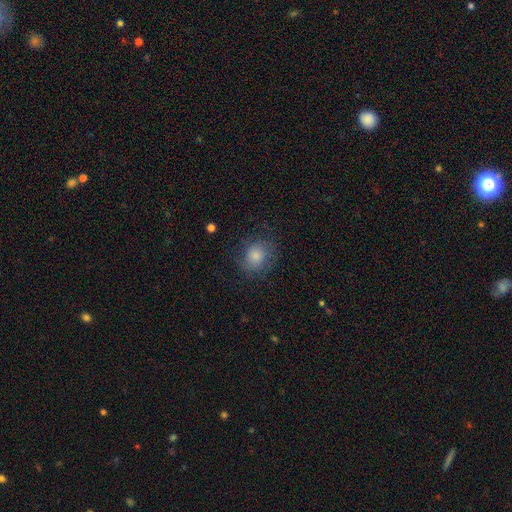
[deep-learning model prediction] Q: Smooth or featured?
A: smooth (74%); runner-up: featured or disk (16%)
Q: How rounded?
A: round (72%); runner-up: in between (28%)
Q: Merging?
A: none (67%); runner-up: minor disturbance (20%)